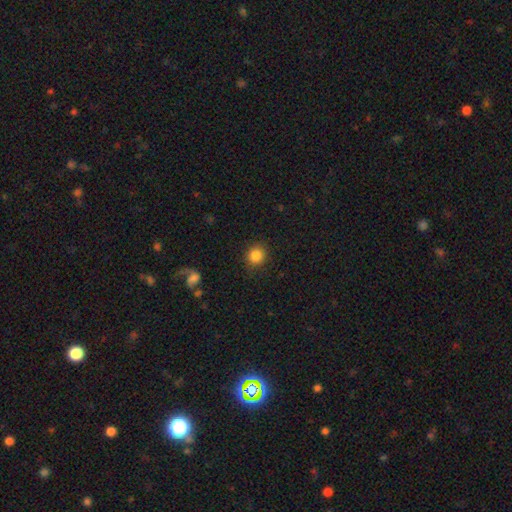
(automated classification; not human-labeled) Overall: smooth (86%). How rounded: round (82%). Merging: none (87%).